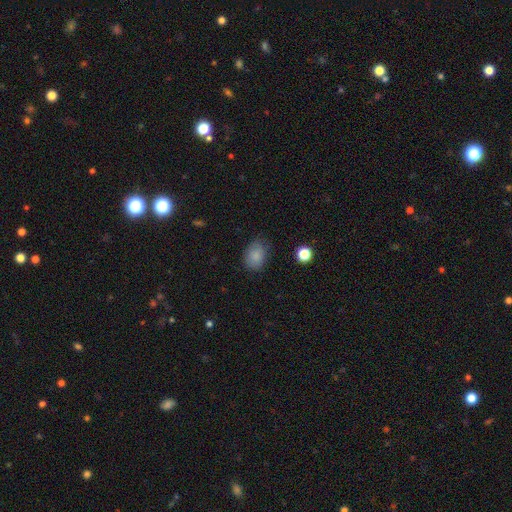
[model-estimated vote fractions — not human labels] smooth_or_featured: smooth (p=0.85) [alt: star or artifact p=0.09]
how_rounded: in between (p=0.70) [alt: round p=0.29]
merging: none (p=0.76) [alt: minor disturbance p=0.18]